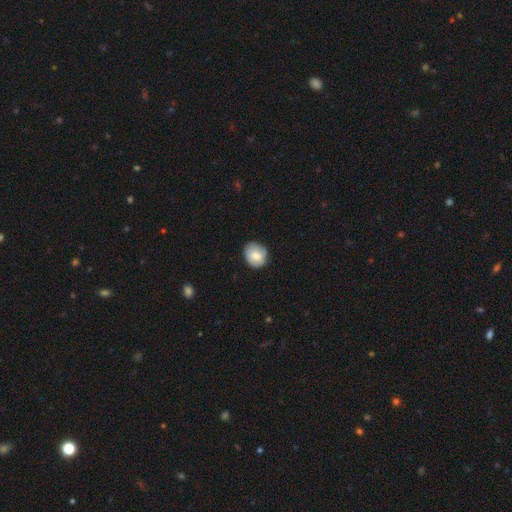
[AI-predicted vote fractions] The model was most divided on "how rounded": round: 67%, in between: 32%, cigar-shaped: 1%. More confident: merging — none (76%); smooth or featured — smooth (75%).